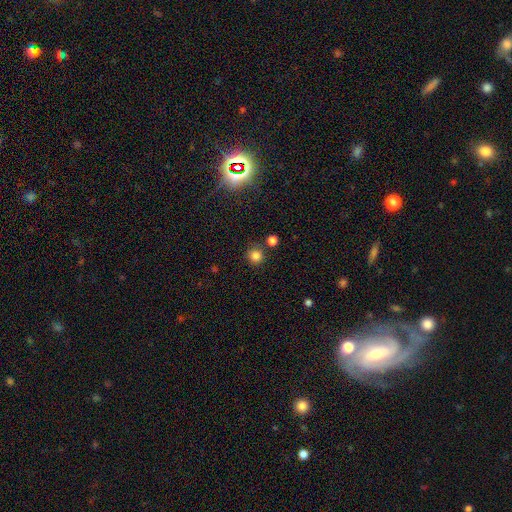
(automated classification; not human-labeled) Smooth or featured? smooth (80%)
How rounded? round (92%)
Merging? none (80%)